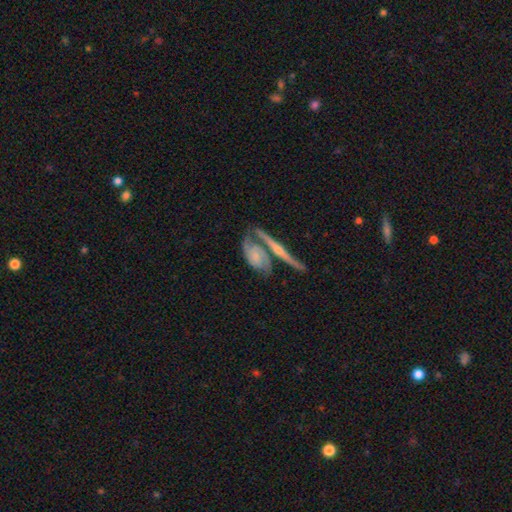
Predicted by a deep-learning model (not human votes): A featured or disk galaxy (68%) with no bar (74%), spiral arms (85%) and a small central bulge (53%).

Vote fractions:
- Smooth or featured? featured or disk: 68% / smooth: 26% / star or artifact: 6%
- Edge-on disk? no: 77% / yes: 23%
- Bar? no: 74% / weak: 20% / strong: 6%
- Spiral arms? yes: 85% / no: 15%
- Bulge size? small: 53% / moderate: 25% / none: 15% / large: 5% / dominant: 2%
- Merging? none: 42% / merger: 31% / minor disturbance: 18% / major disturbance: 8%